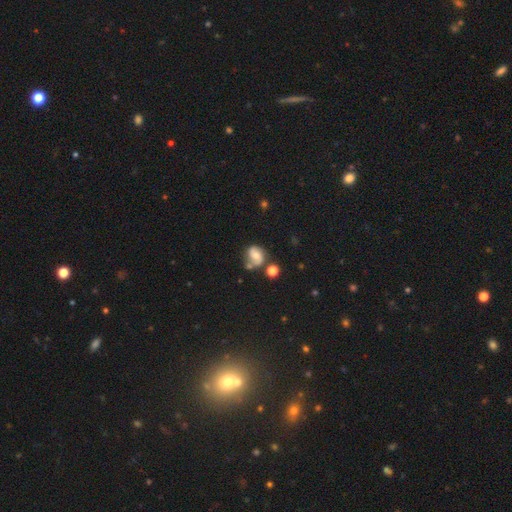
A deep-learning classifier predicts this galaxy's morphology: Smooth or featured? smooth (45%)
Merging? none (41%)